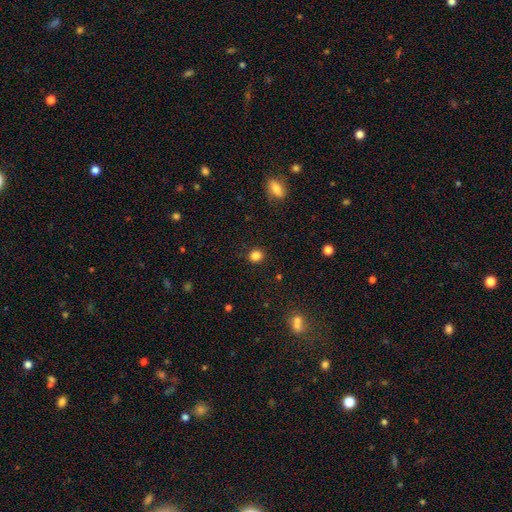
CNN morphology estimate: smooth 84%, star or artifact 12%, featured or disk 4%. Down the decision tree: how rounded — round (76%); merging — none (90%).